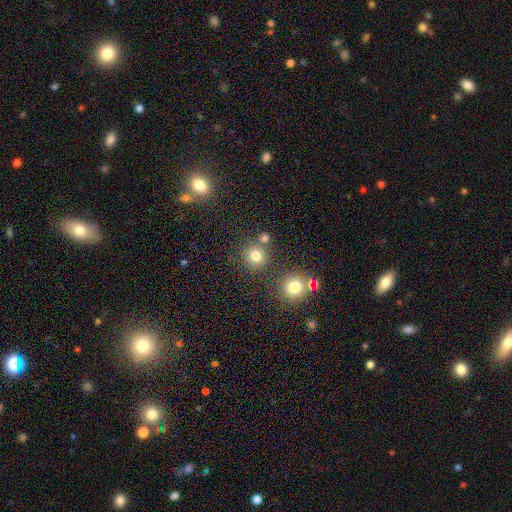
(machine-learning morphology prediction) Smooth or featured: smooth — 77% (star or artifact — 15%)
How rounded: round — 92% (in between — 7%)
Merging: none — 77% (merger — 12%)